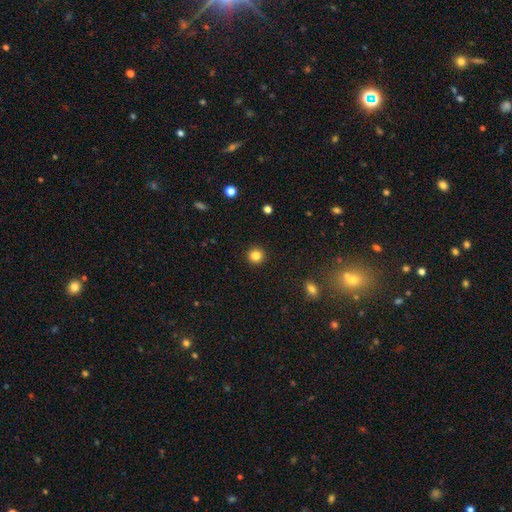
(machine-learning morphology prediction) Overall: smooth (84%). How rounded: round (95%). Merging: none (93%).